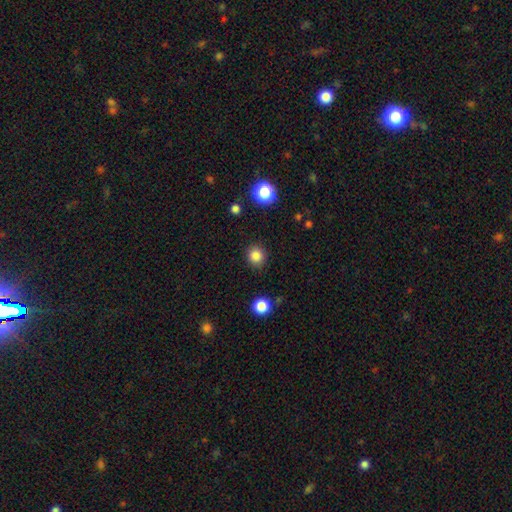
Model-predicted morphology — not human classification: This is clearly a smooth galaxy (85%). How rounded: clearly round (90%). Merging: clearly none (90%).